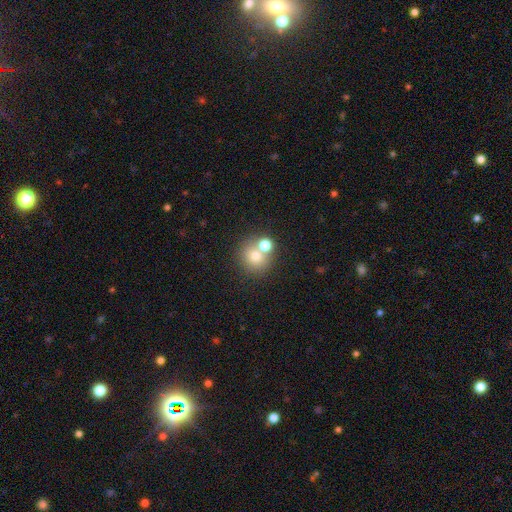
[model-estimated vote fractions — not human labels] Smooth or featured?
  - smooth: 73% *
  - star or artifact: 14%
  - featured or disk: 13%
How rounded?
  - round: 88% *
  - in between: 12%
  - cigar-shaped: 1%
Merging?
  - none: 56% *
  - merger: 33%
  - minor disturbance: 8%
  - major disturbance: 3%